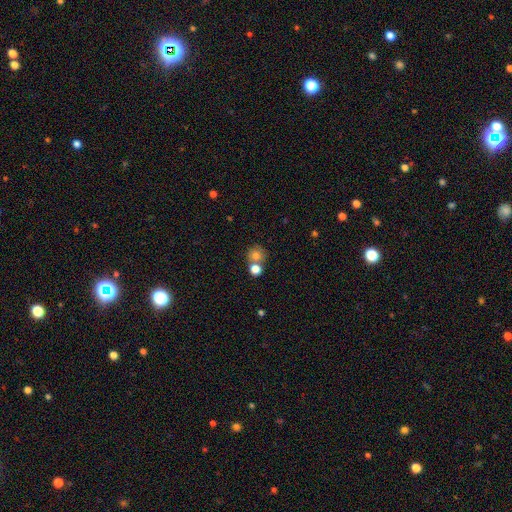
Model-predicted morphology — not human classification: smooth-or-featured: smooth: 78% | star or artifact: 12% | featured or disk: 10%
  how-rounded: round: 86% | in between: 13% | cigar-shaped: 1%
  merging: none: 52% | merger: 35% | minor disturbance: 9% | major disturbance: 4%